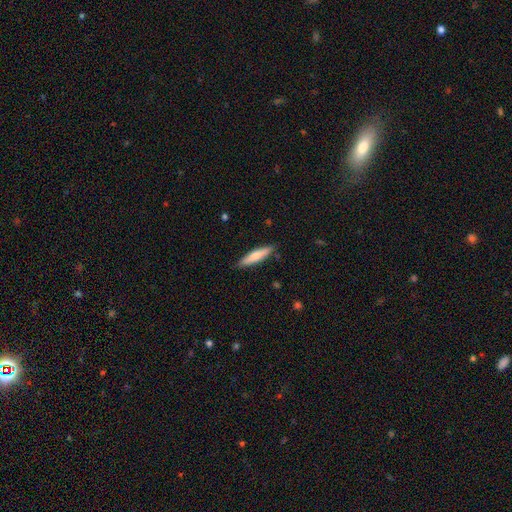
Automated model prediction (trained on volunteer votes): The model was most divided on "smooth or featured": smooth: 68%, featured or disk: 27%, star or artifact: 6%. More confident: merging — none (87%); how rounded — cigar-shaped (81%).